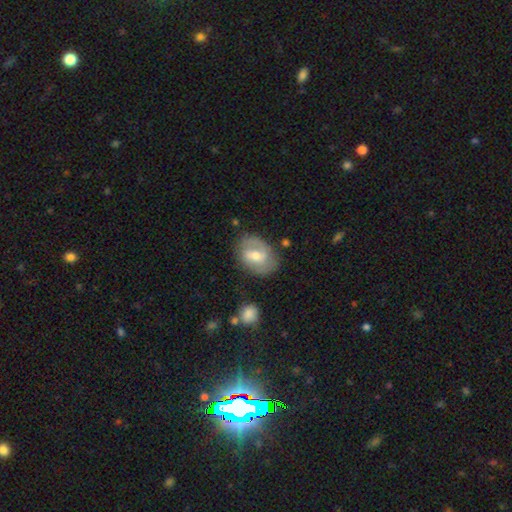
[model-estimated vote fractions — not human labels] Overall: featured or disk (58%; smooth 35%). Edge-on disk: no (95%). Bar: weak (49%; no 30%). Spiral arms: yes (70%). Bulge size: moderate (61%; small 33%). Merging: none (69%).